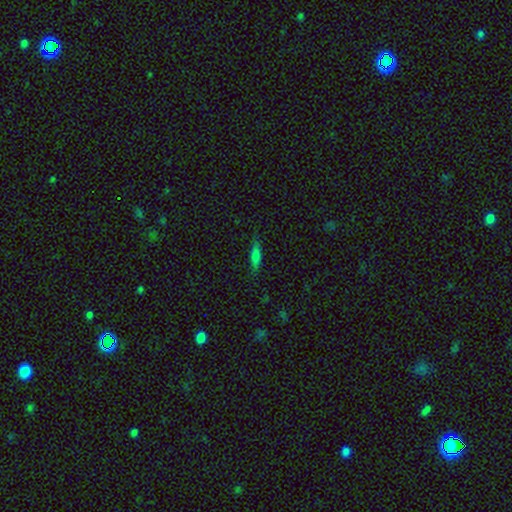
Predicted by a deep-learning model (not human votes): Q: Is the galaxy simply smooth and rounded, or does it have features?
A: smooth — 69%.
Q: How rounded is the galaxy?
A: cigar-shaped — 67%.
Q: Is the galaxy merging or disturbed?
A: none — 83%.